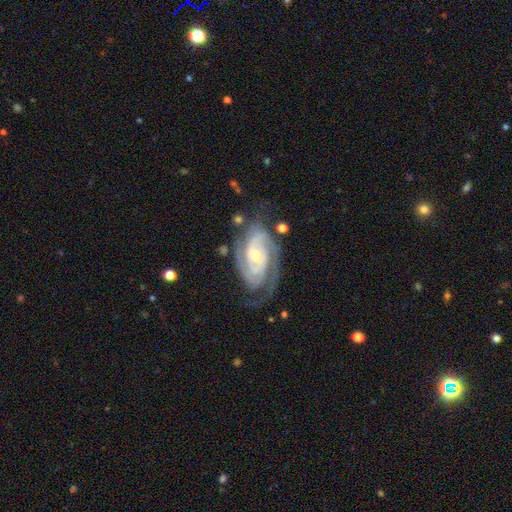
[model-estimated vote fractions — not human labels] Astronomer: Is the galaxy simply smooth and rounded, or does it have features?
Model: featured or disk — 91%.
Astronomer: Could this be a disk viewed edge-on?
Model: no — 97%.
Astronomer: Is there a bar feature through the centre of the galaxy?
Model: no — 60%.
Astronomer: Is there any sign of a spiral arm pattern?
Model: yes — 98%.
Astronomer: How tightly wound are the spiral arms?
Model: tight — 68%.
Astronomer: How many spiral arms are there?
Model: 2 — 54%.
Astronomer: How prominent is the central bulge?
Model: small — 57% (runner-up: moderate, 39%).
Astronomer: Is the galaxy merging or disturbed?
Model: none — 67%.